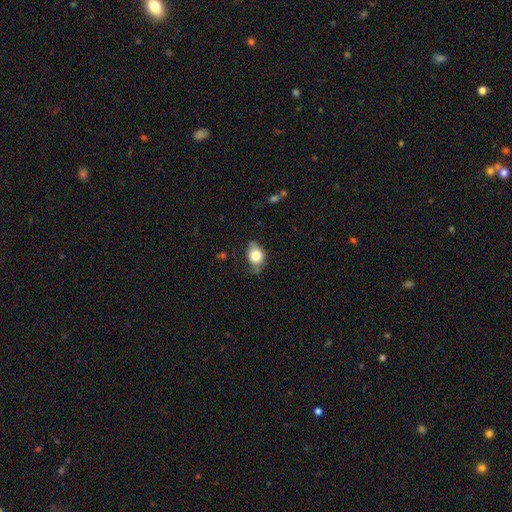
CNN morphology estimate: The model was most divided on "merging": none: 55%, minor disturbance: 34%, major disturbance: 9%, merger: 2%. More confident: smooth or featured — smooth (73%); how rounded — in between (70%).